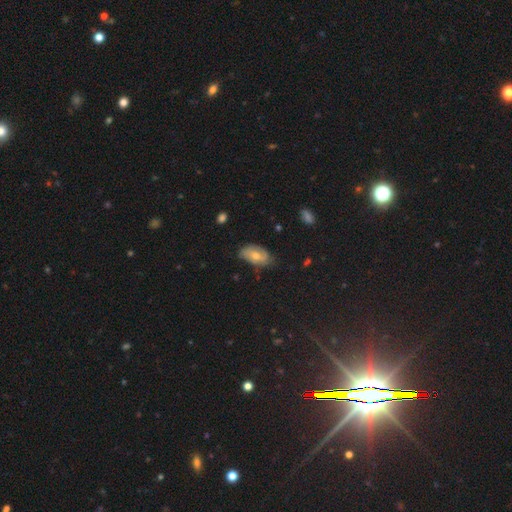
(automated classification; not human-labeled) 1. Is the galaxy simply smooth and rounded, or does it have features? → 47% smooth, 45% featured or disk, 8% star or artifact.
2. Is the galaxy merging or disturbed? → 63% none, 29% minor disturbance, 7% major disturbance, 2% merger.